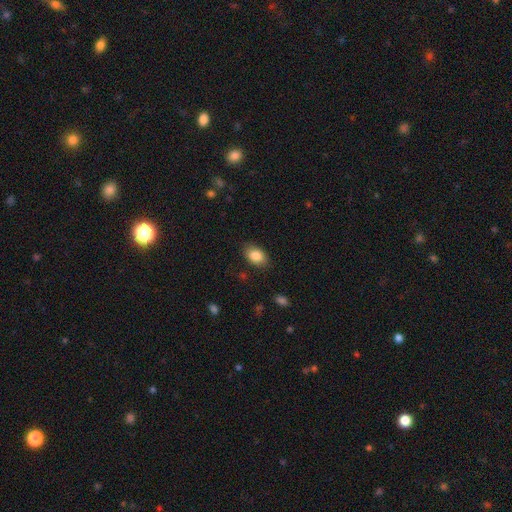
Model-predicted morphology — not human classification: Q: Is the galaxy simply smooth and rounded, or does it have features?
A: smooth — 85%.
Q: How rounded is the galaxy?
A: in between — 86%.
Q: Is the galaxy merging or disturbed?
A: none — 84%.